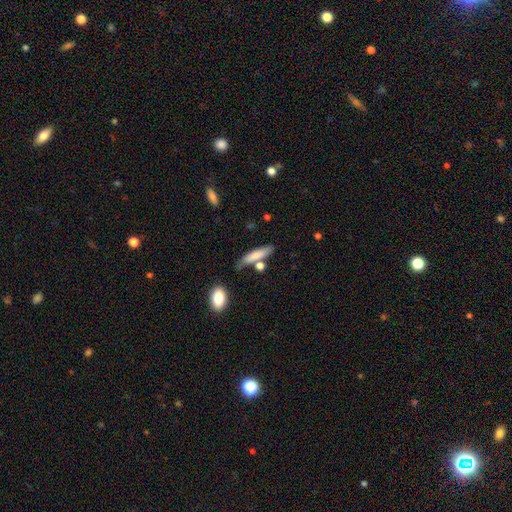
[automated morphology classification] Smooth or featured? smooth (75%)
How rounded? cigar-shaped (79%)
Merging? none (63%)